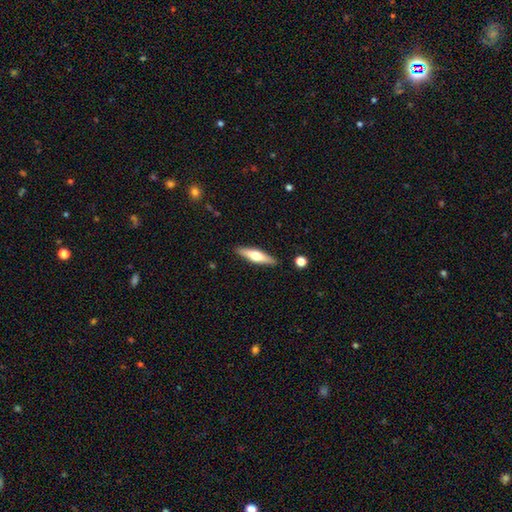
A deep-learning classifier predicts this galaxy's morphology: featured or disk 47% (tied), smooth 47% (tied), star or artifact 6%. Down the decision tree: merging — none (89%).